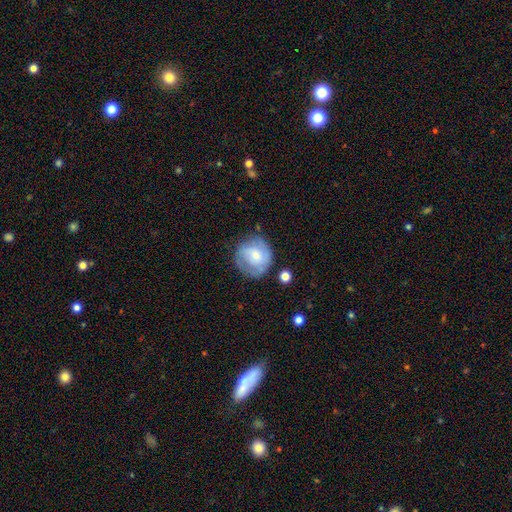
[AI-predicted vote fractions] A smooth galaxy with no disk features (50%) that is round (87%).

Vote fractions:
- Smooth or featured? smooth: 50% / featured or disk: 43% / star or artifact: 7%
- How rounded? round: 87% / in between: 12% / cigar-shaped: 1%
- Merging? none: 62% / minor disturbance: 23% / major disturbance: 11% / merger: 4%